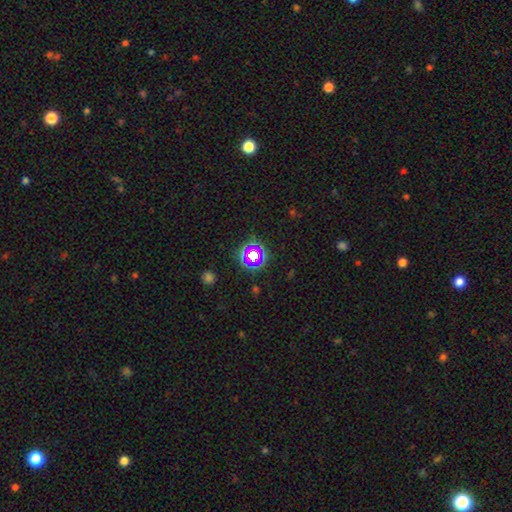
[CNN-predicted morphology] This appears to be a star or artifact, not a galaxy (61%).